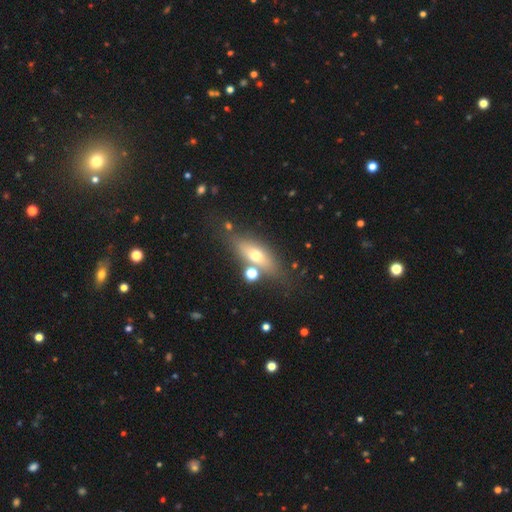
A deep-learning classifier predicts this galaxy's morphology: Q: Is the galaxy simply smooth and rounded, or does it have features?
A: smooth — 51%.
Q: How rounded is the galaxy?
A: in between — 56%.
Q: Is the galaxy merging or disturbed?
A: none — 71%.